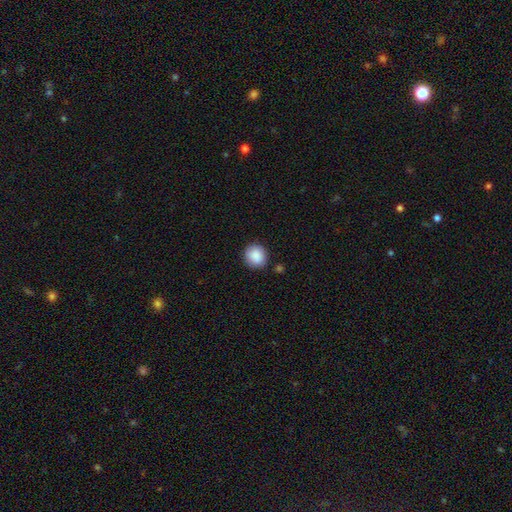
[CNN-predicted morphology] This is clearly a smooth galaxy (88%). How rounded: clearly round (86%). Merging: clearly none (84%).